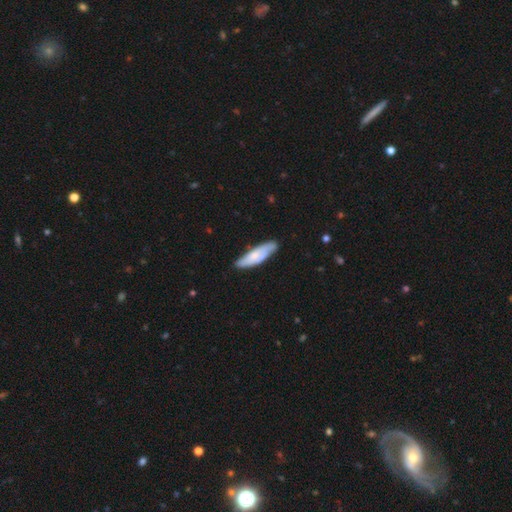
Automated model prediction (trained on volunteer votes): Q: Smooth or featured?
A: smooth (61%); runner-up: featured or disk (33%)
Q: How rounded?
A: cigar-shaped (55%); runner-up: in between (43%)
Q: Merging?
A: none (74%); runner-up: minor disturbance (21%)